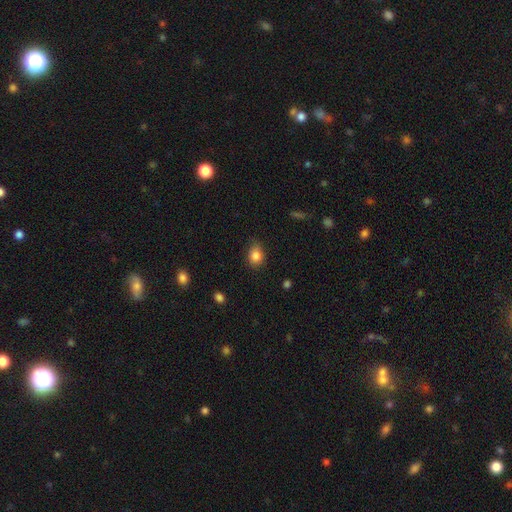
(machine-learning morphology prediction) smooth_or_featured: smooth (p=0.84) [alt: star or artifact p=0.10]
how_rounded: in between (p=0.57) [alt: round p=0.42]
merging: none (p=0.73) [alt: minor disturbance p=0.22]